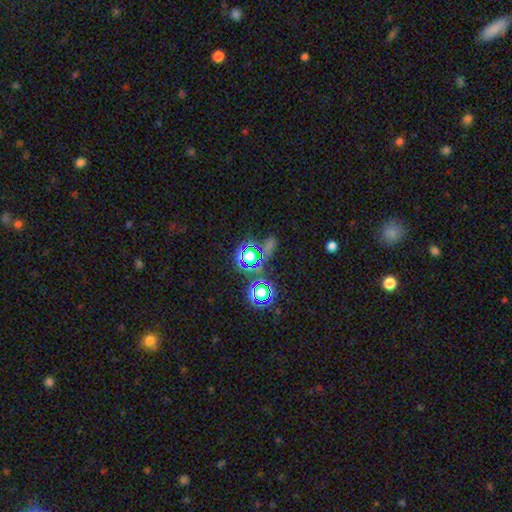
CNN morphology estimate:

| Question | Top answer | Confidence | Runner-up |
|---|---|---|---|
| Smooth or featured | star or artifact | 71% | smooth (19%) |